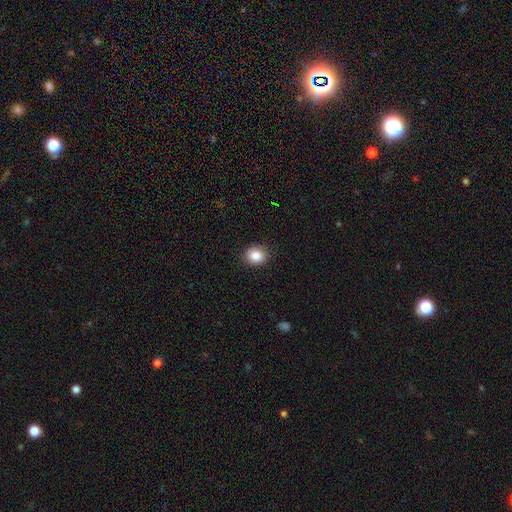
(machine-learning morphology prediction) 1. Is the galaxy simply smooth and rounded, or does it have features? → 85% smooth, 10% star or artifact, 5% featured or disk.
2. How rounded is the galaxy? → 67% round, 32% in between, 1% cigar-shaped.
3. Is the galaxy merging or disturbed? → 89% none, 8% minor disturbance, 2% major disturbance, 1% merger.